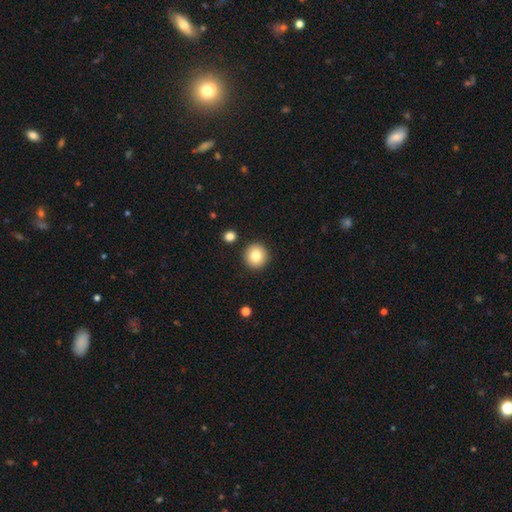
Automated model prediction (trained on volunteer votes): Overall: smooth (81%). How rounded: round (95%). Merging: none (91%).